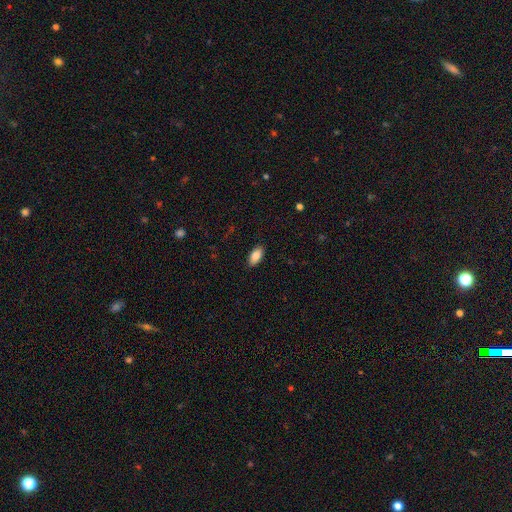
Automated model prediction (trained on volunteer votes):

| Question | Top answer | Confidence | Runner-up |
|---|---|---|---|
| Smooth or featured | smooth | 85% | featured or disk (7%) |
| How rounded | in between | 92% | cigar-shaped (6%) |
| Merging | none | 89% | minor disturbance (8%) |